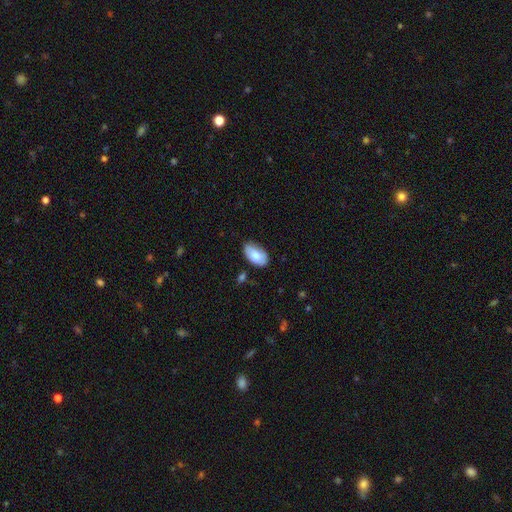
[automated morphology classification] Overall: smooth (76%). How rounded: in between (95%). Merging: none (71%).